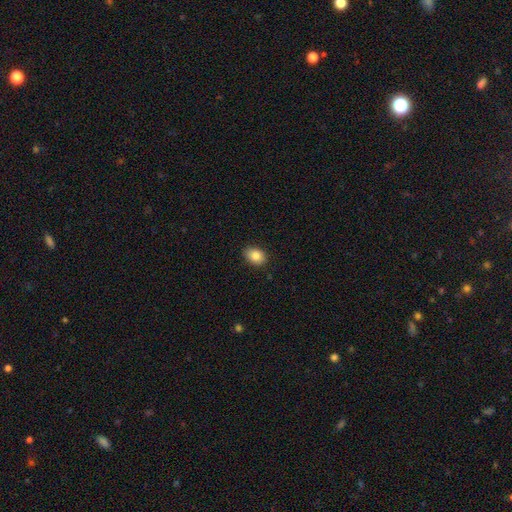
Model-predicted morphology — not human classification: Smooth or featured? smooth (85%)
How rounded? in between (76%)
Merging? none (87%)